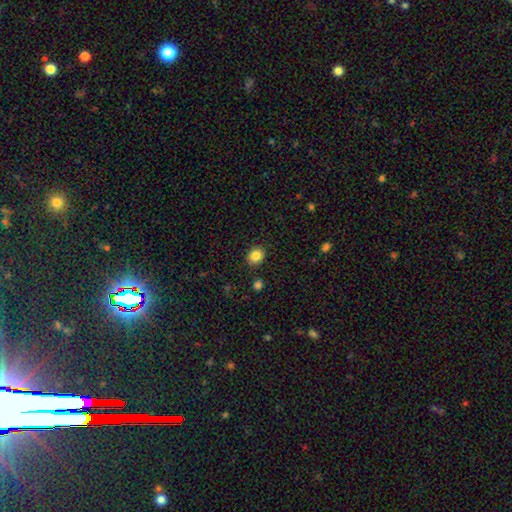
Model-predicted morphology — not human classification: smooth_or_featured: smooth (p=0.85) [alt: star or artifact p=0.10]
how_rounded: round (p=0.67) [alt: in between p=0.32]
merging: none (p=0.88) [alt: minor disturbance p=0.07]